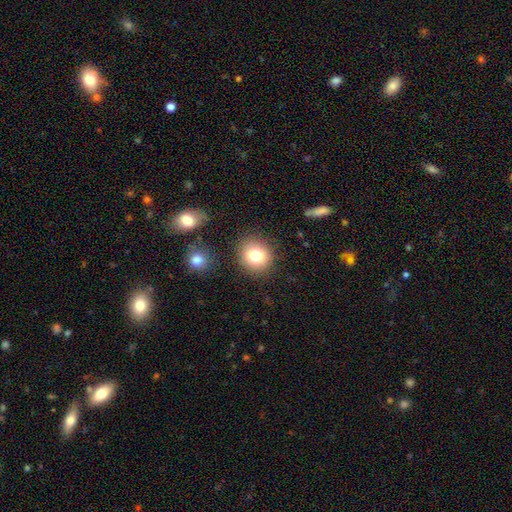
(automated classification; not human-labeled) The model was most divided on "smooth or featured": smooth: 79%, star or artifact: 12%, featured or disk: 10%. More confident: merging — none (86%); how rounded — round (86%).